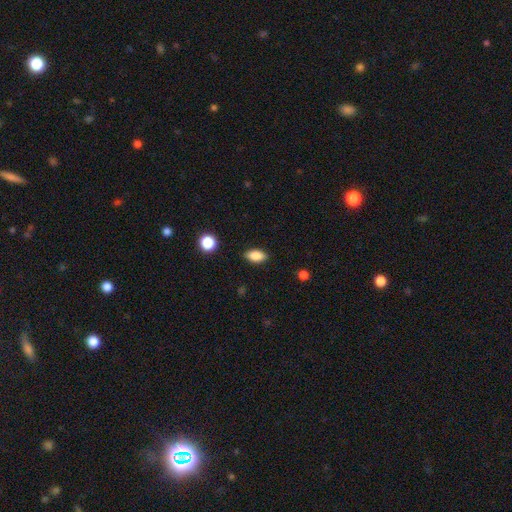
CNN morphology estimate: Q: Smooth or featured?
A: smooth (83%); runner-up: featured or disk (9%)
Q: How rounded?
A: in between (88%); runner-up: round (7%)
Q: Merging?
A: none (87%); runner-up: minor disturbance (10%)